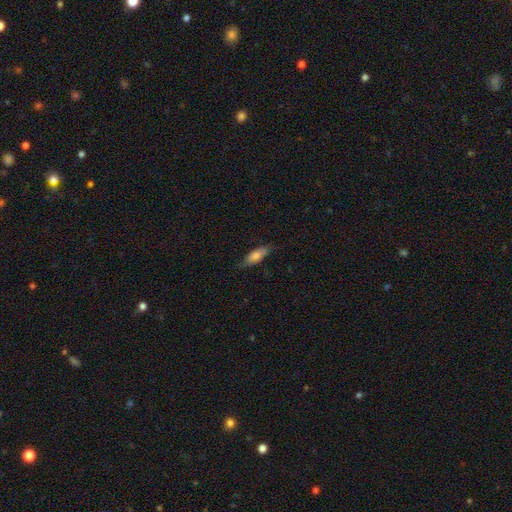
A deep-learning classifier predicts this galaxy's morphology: Q: Smooth or featured?
A: smooth (73%); runner-up: featured or disk (21%)
Q: How rounded?
A: in between (58%); runner-up: cigar-shaped (40%)
Q: Merging?
A: none (76%); runner-up: minor disturbance (19%)